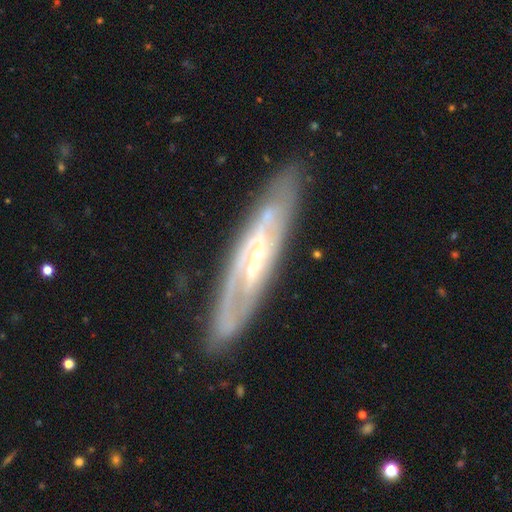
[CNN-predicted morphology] The model was most divided on "bar": weak: 36%, no: 35%, strong: 29%. More confident: spiral arms — yes (84%); smooth or featured — featured or disk (82%); merging — none (81%); bulge size — small (70%); edge-on disk — no (67%).